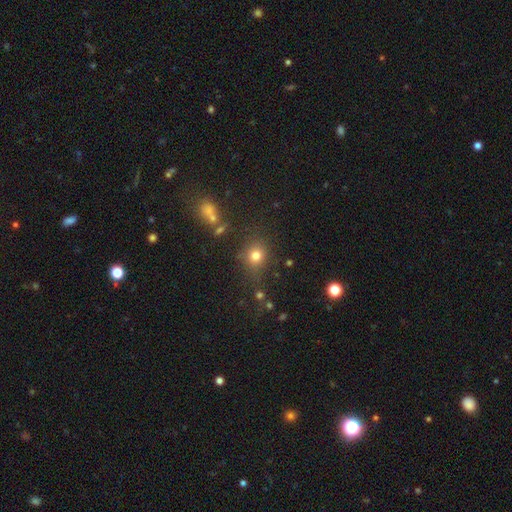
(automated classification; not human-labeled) smooth_or_featured: smooth (p=0.76) [alt: star or artifact p=0.17]
how_rounded: round (p=0.79) [alt: in between p=0.20]
merging: none (p=0.77) [alt: minor disturbance p=0.13]